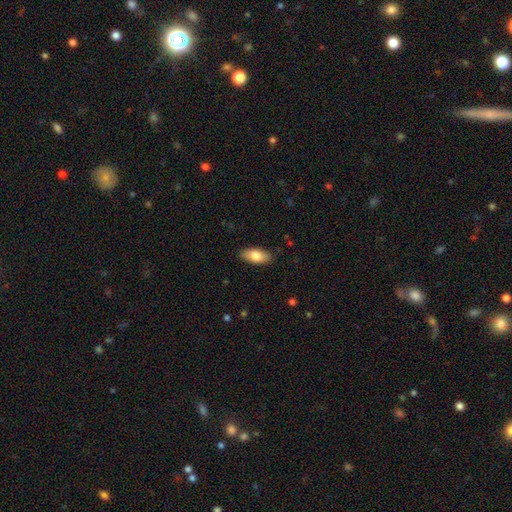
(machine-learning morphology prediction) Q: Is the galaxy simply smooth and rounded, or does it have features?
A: smooth — 80%.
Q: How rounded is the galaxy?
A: in between — 88%.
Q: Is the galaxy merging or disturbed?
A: none — 87%.